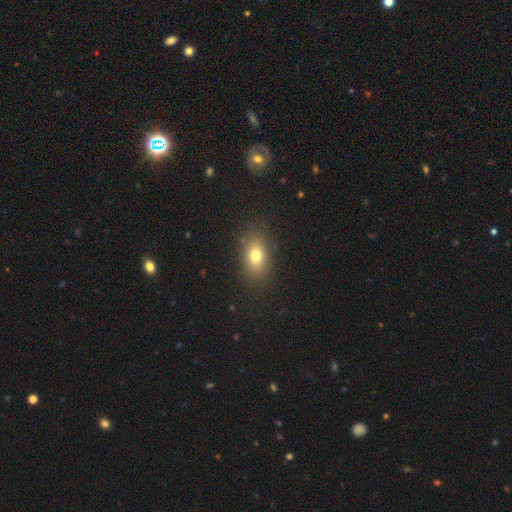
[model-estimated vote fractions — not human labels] smooth_or_featured: smooth (p=0.75) [alt: featured or disk p=0.13]
how_rounded: in between (p=0.80) [alt: round p=0.17]
merging: none (p=0.85) [alt: minor disturbance p=0.10]